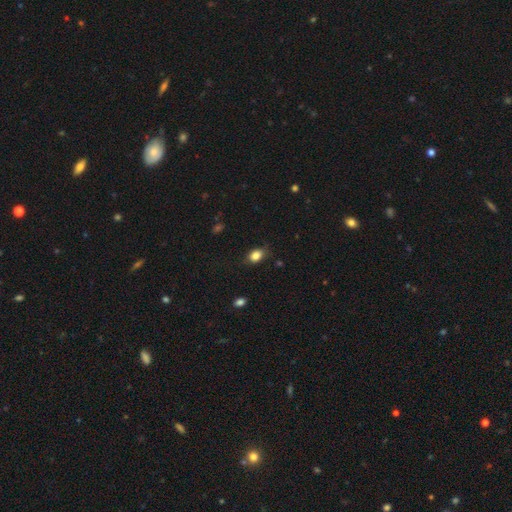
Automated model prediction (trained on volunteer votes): smooth 86%, star or artifact 9%, featured or disk 6%. Down the decision tree: how rounded — in between (74%); merging — none (76%).